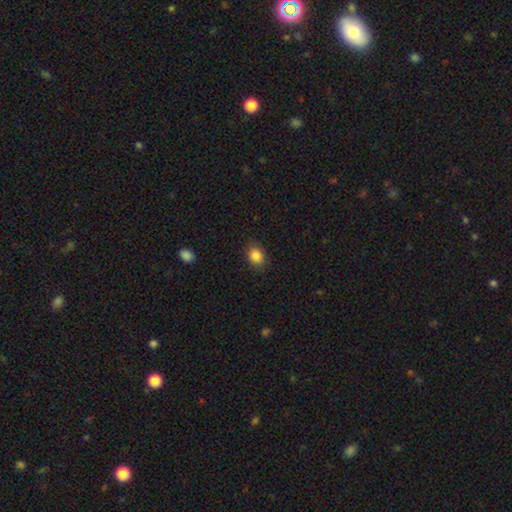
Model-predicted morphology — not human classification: type=smooth (86%); roundness=in between (55%); merging=none (86%).